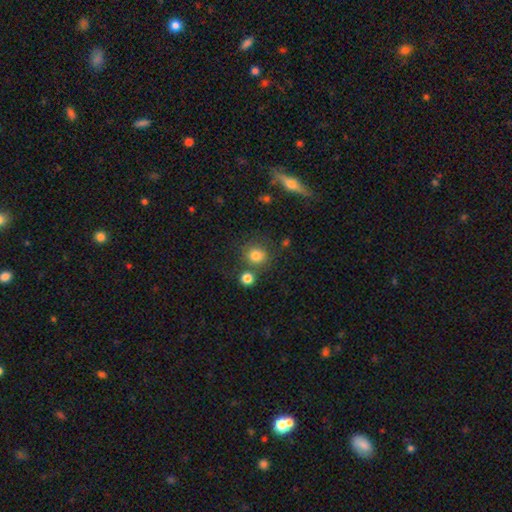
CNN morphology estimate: This appears to be a smooth galaxy with no disk features (80%) that is round (85%). Merging: none (70%).